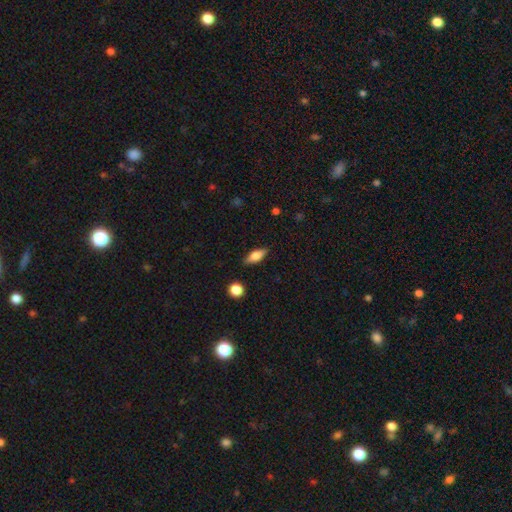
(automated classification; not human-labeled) Q: Smooth or featured?
A: smooth (69%); runner-up: featured or disk (23%)
Q: How rounded?
A: in between (74%); runner-up: cigar-shaped (21%)
Q: Merging?
A: none (85%); runner-up: minor disturbance (11%)